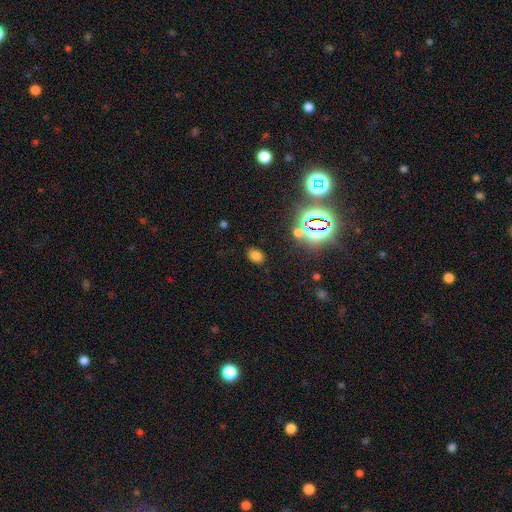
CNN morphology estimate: Smooth or featured? Predicted: smooth (p=0.70). How rounded? Predicted: in between (p=0.75). Merging? Predicted: none (p=0.83).